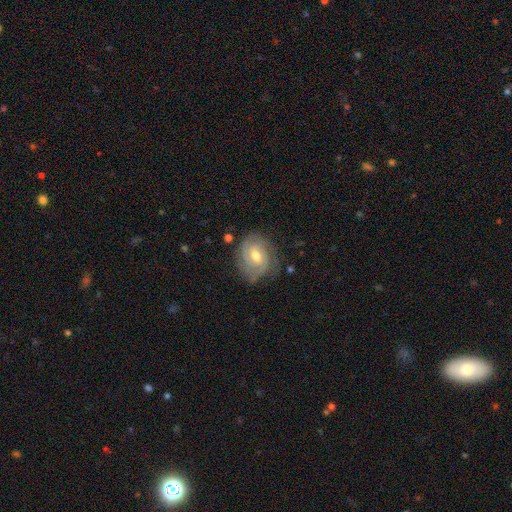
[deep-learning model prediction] smooth_or_featured: featured or disk (p=0.82) [alt: smooth p=0.13]
disk_edge_on: no (p=0.97) [alt: yes p=0.03]
bar: weak (p=0.52) [alt: no p=0.35]
has_spiral_arms: yes (p=0.94) [alt: no p=0.06]
spiral_winding: tight (p=0.68) [alt: medium p=0.26]
spiral_arm_count: 2 (p=0.45) [alt: can't tell p=0.25]
bulge_size: moderate (p=0.72) [alt: small p=0.21]
merging: none (p=0.73) [alt: minor disturbance p=0.19]